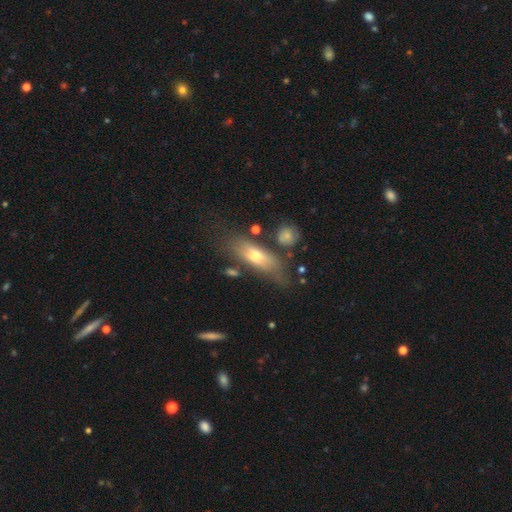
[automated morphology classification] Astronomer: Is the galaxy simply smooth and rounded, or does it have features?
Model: smooth — 50% (runner-up: featured or disk, 41%).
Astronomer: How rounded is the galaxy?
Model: in between — 53% (runner-up: cigar-shaped, 43%).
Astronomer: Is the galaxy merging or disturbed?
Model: none — 59%.